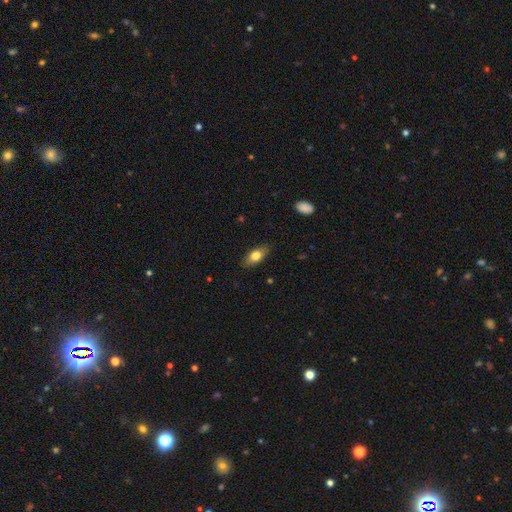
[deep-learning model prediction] Smooth or featured? smooth (76%)
How rounded? in between (85%)
Merging? none (84%)